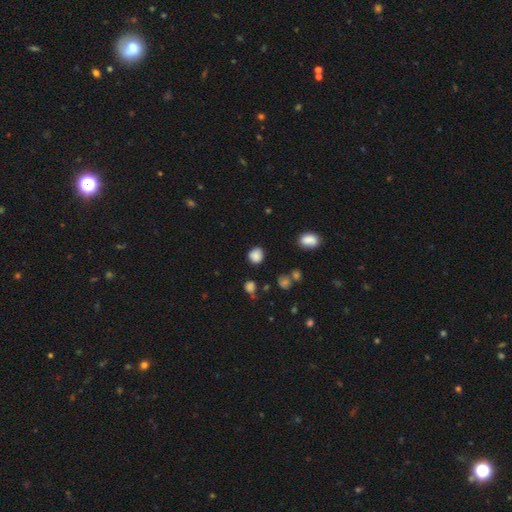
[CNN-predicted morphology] Smooth or featured: smooth — 84% (star or artifact — 12%)
How rounded: round — 78% (in between — 21%)
Merging: none — 80% (minor disturbance — 13%)